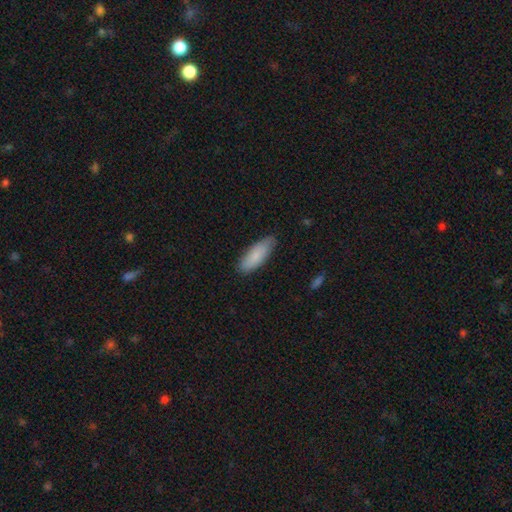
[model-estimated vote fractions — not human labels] smooth-or-featured: smooth: 83% | featured or disk: 12% | star or artifact: 6%
  how-rounded: in between: 69% | cigar-shaped: 29% | round: 2%
  merging: none: 81% | minor disturbance: 16% | major disturbance: 2% | merger: 1%